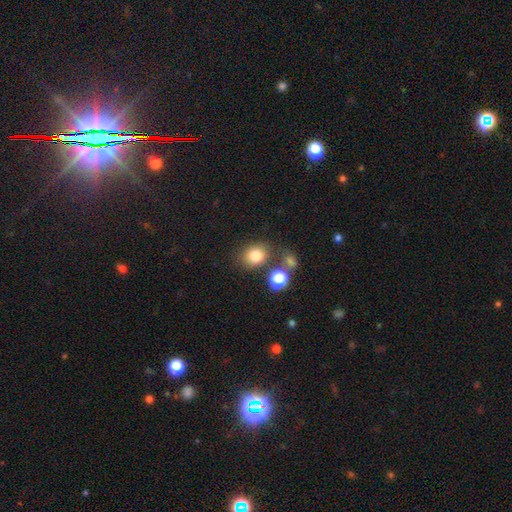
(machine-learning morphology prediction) smooth-or-featured: smooth: 79% | star or artifact: 13% | featured or disk: 8%
  how-rounded: round: 63% | in between: 36% | cigar-shaped: 1%
  merging: none: 69% | minor disturbance: 13% | merger: 12% | major disturbance: 6%